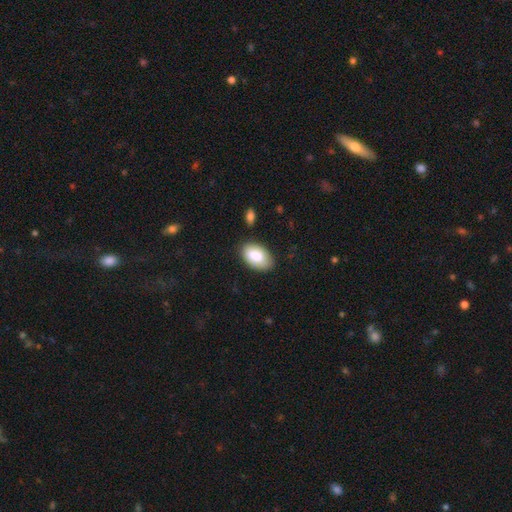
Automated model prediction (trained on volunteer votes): smooth-or-featured: smooth: 82% | featured or disk: 12% | star or artifact: 6%
  how-rounded: in between: 94% | round: 5% | cigar-shaped: 1%
  merging: none: 81% | minor disturbance: 14% | major disturbance: 3% | merger: 2%